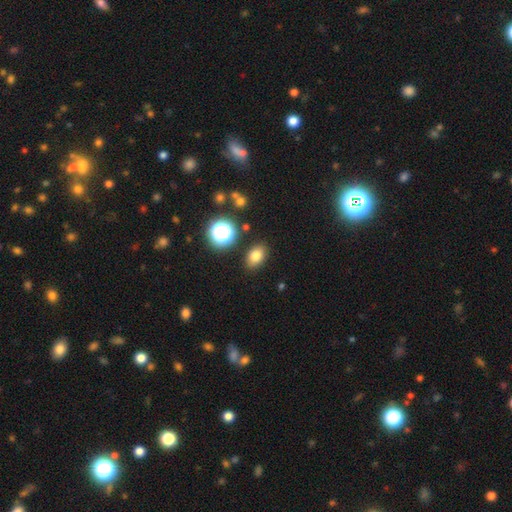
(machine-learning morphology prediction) smooth_or_featured: smooth (p=0.77) [alt: star or artifact p=0.14]
how_rounded: in between (p=0.79) [alt: round p=0.19]
merging: none (p=0.86) [alt: minor disturbance p=0.09]